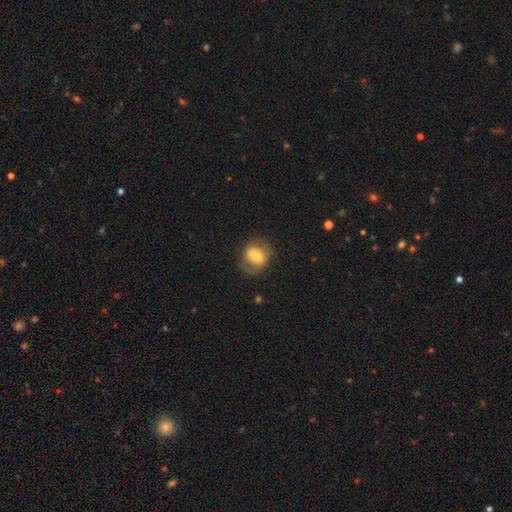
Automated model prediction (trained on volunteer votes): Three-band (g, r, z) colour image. It shows a smooth galaxy with no disk features (63%) that is round (59%). Merging: none (70%).